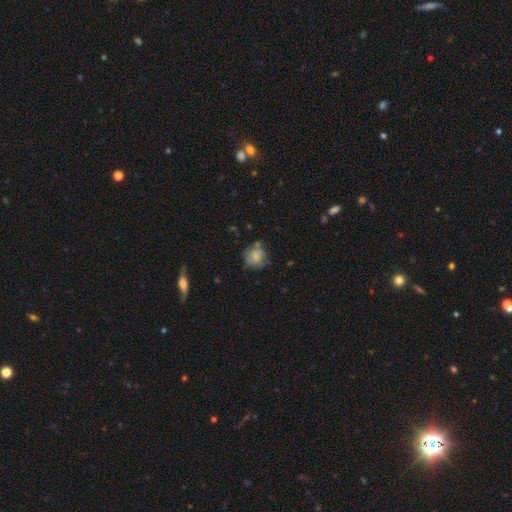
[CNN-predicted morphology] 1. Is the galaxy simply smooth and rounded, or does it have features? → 67% smooth, 24% featured or disk, 9% star or artifact.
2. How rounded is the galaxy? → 81% round, 18% in between, 1% cigar-shaped.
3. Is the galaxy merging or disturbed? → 59% none, 25% minor disturbance, 9% major disturbance, 6% merger.